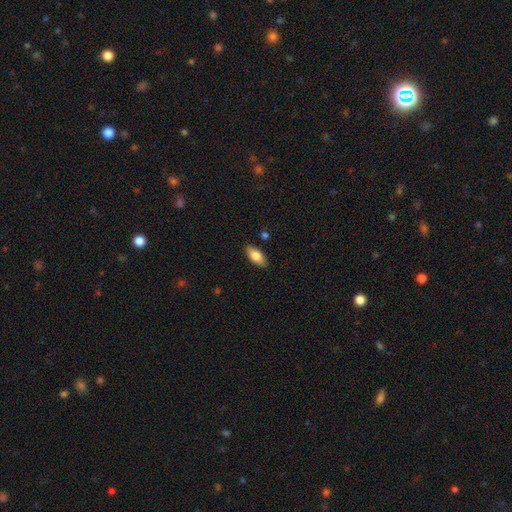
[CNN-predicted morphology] Overall: smooth (78%). How rounded: in between (87%). Merging: none (87%).